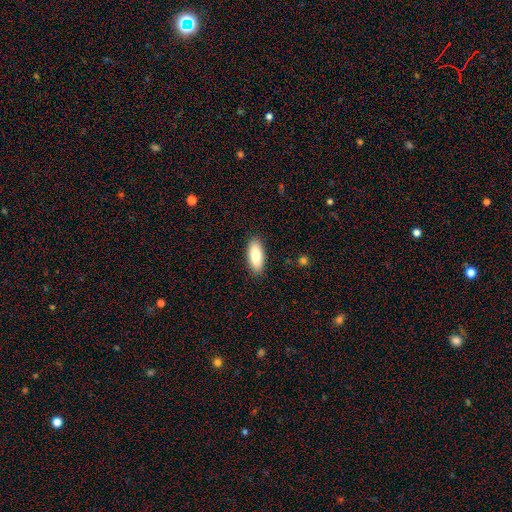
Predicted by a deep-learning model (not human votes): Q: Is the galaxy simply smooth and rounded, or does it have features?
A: smooth — 83%.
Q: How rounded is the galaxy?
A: in between — 80%.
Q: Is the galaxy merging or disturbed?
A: none — 89%.